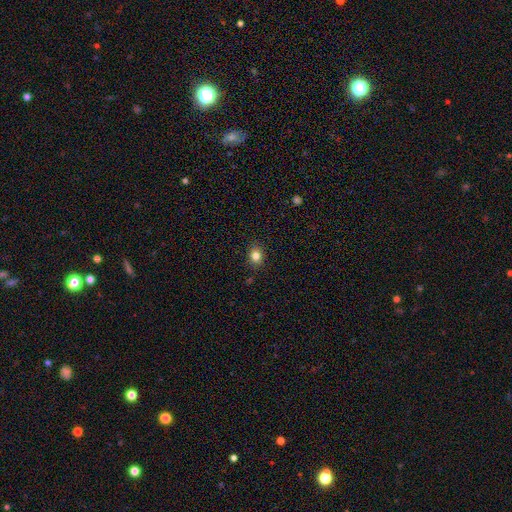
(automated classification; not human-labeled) The model was most divided on "how rounded": round: 61%, in between: 38%, cigar-shaped: 1%. More confident: merging — none (88%); smooth or featured — smooth (82%).